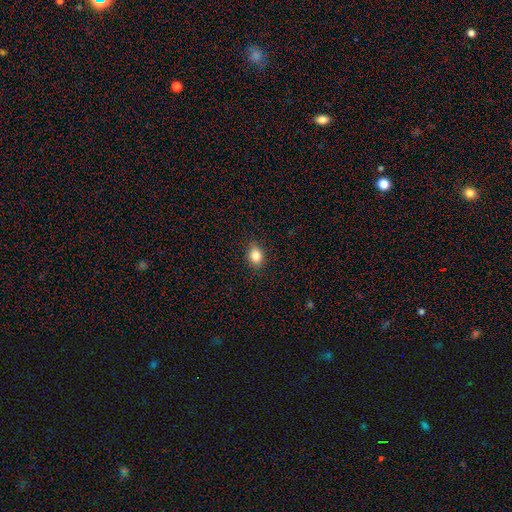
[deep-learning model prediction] Smooth or featured?
  - smooth: 84% *
  - star or artifact: 10%
  - featured or disk: 7%
How rounded?
  - in between: 64% *
  - round: 35%
  - cigar-shaped: 1%
Merging?
  - none: 88% *
  - minor disturbance: 9%
  - major disturbance: 2%
  - merger: 1%